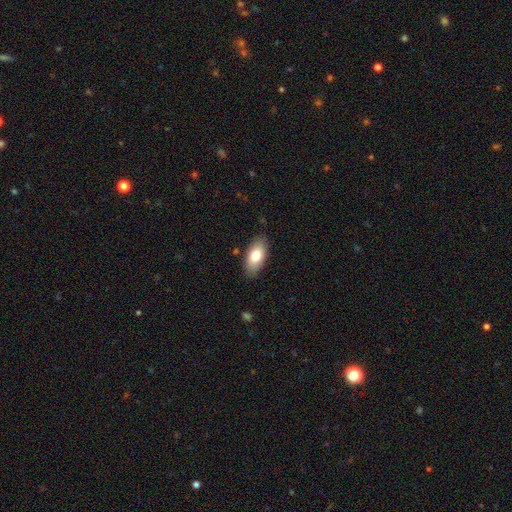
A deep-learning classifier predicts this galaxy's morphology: A smooth galaxy with no disk features (79%) that is in between round and cigar-shaped (91%).

Vote fractions:
- Smooth or featured? smooth: 79% / featured or disk: 15% / star or artifact: 6%
- How rounded? in between: 91% / cigar-shaped: 6% / round: 3%
- Merging? none: 86% / minor disturbance: 11% / major disturbance: 2% / merger: 1%